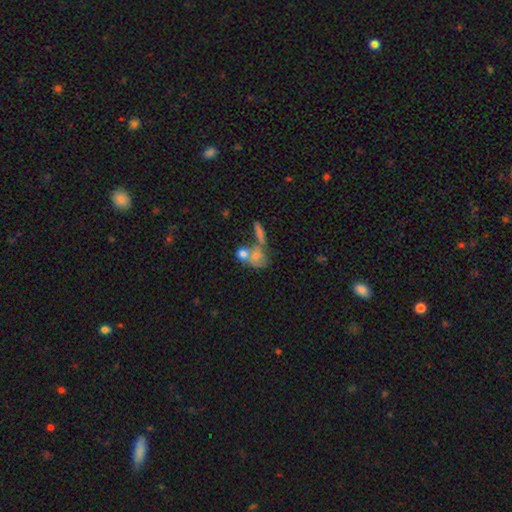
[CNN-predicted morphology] A smooth galaxy with no disk features (43%). Merging: merger (44%).